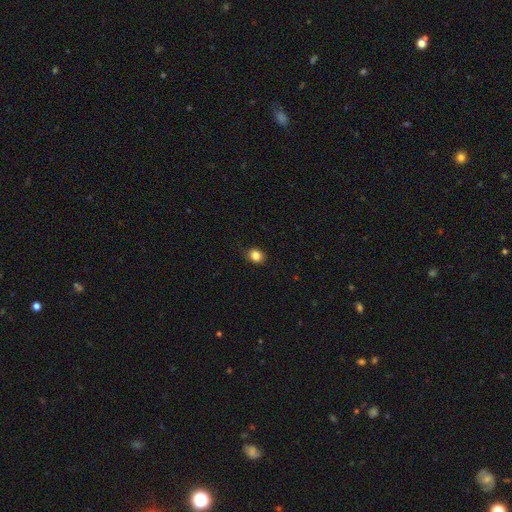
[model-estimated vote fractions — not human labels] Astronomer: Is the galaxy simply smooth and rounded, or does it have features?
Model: smooth — 83%.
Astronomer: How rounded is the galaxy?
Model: round — 57% (runner-up: in between, 42%).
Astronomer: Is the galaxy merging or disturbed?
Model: none — 82%.